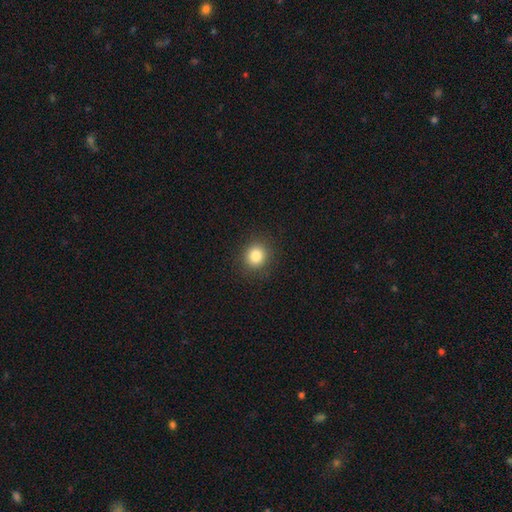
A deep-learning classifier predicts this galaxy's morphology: Smooth or featured?
  - smooth: 83% *
  - star or artifact: 11%
  - featured or disk: 6%
How rounded?
  - round: 83% *
  - in between: 16%
  - cigar-shaped: 1%
Merging?
  - none: 90% *
  - minor disturbance: 7%
  - major disturbance: 2%
  - merger: 1%